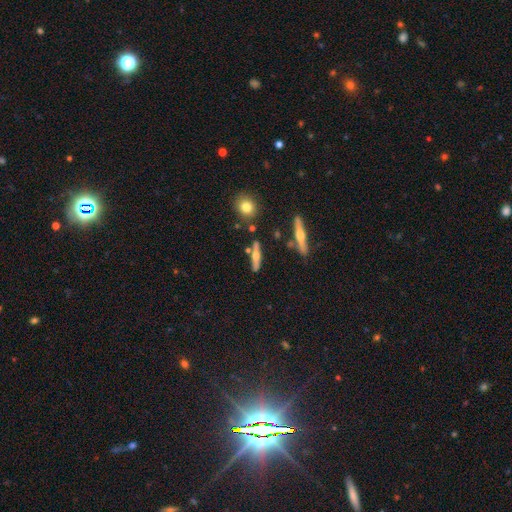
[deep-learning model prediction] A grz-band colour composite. It shows a featured or disk galaxy (58%) viewed edge-on (93%) with a rounded central bulge (93%). Merging: none (76%).